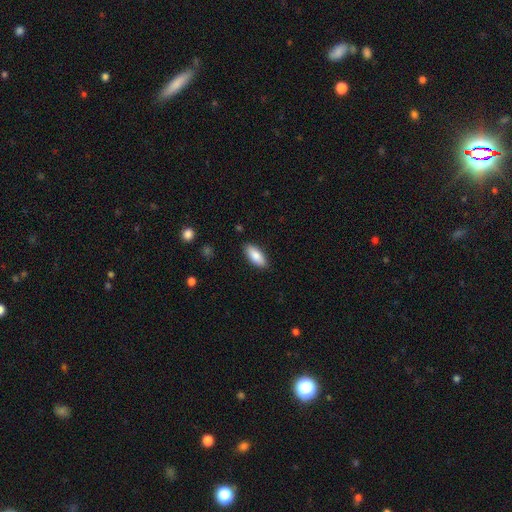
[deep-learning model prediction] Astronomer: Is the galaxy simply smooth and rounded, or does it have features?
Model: smooth — 87%.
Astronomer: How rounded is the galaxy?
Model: in between — 83%.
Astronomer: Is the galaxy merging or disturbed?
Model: none — 88%.